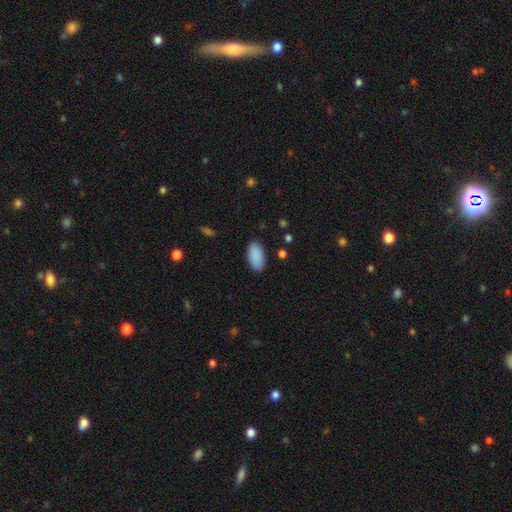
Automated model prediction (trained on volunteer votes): smooth_or_featured: smooth (p=0.91) [alt: star or artifact p=0.06]
how_rounded: in between (p=0.94) [alt: cigar-shaped p=0.04]
merging: none (p=0.88) [alt: minor disturbance p=0.09]